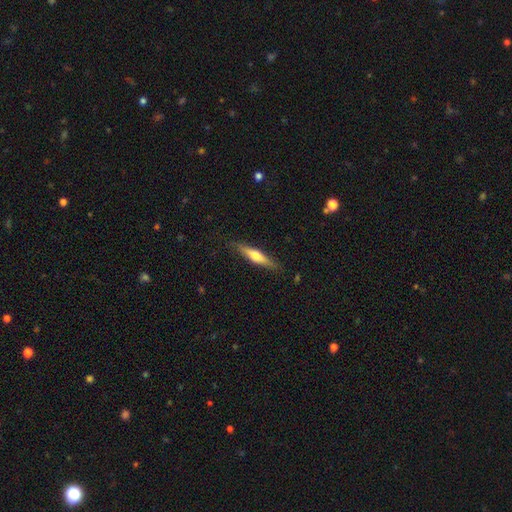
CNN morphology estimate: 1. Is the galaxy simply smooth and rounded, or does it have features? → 48% featured or disk, 46% smooth, 6% star or artifact.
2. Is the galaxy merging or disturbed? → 83% none, 13% minor disturbance, 3% major disturbance, 1% merger.